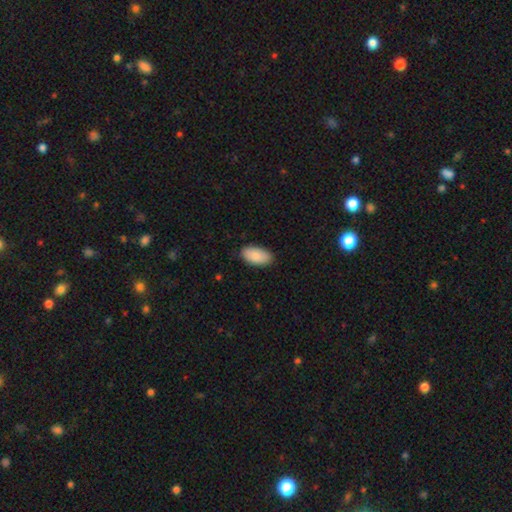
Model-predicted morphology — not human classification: A smooth galaxy with no disk features (87%) that is in between round and cigar-shaped (95%). Merging: none (86%).